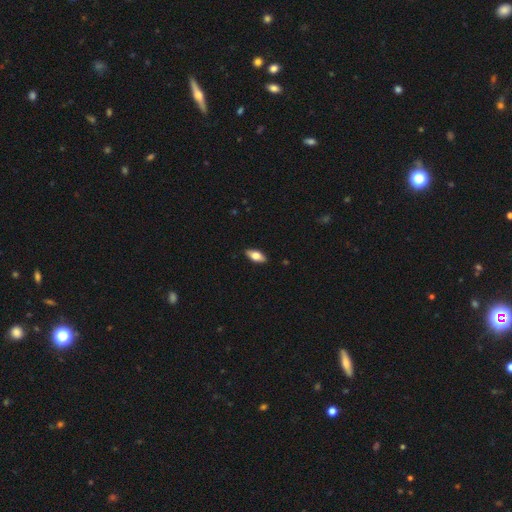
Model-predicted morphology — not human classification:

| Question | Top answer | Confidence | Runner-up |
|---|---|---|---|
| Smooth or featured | smooth | 71% | featured or disk (23%) |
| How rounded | in between | 83% | cigar-shaped (15%) |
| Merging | none | 88% | minor disturbance (9%) |